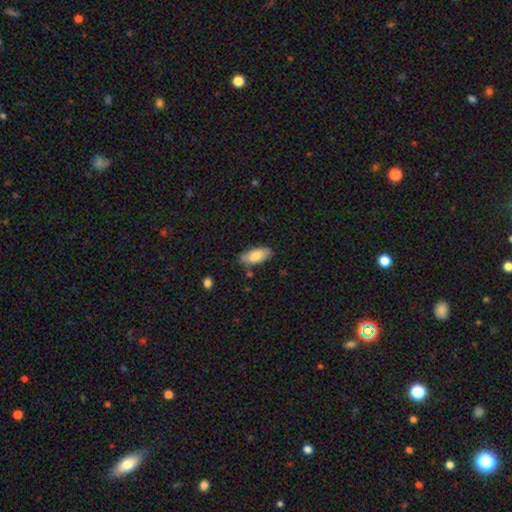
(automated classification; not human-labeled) Smooth or featured: smooth — 79% (featured or disk — 15%)
How rounded: in between — 88% (cigar-shaped — 10%)
Merging: none — 76% (minor disturbance — 18%)